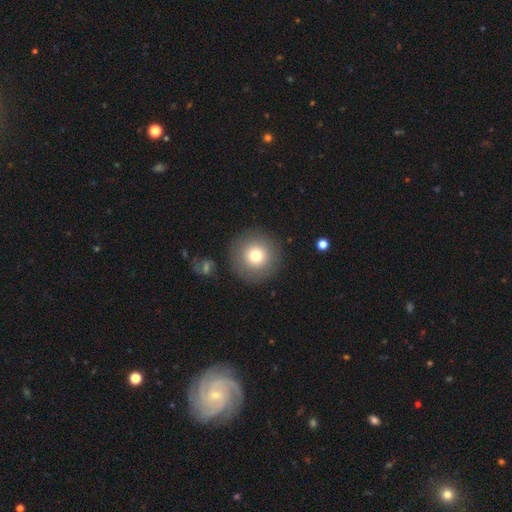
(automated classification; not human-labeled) Smooth or featured: smooth — 78% (featured or disk — 12%)
How rounded: round — 96% (in between — 3%)
Merging: none — 88% (minor disturbance — 7%)